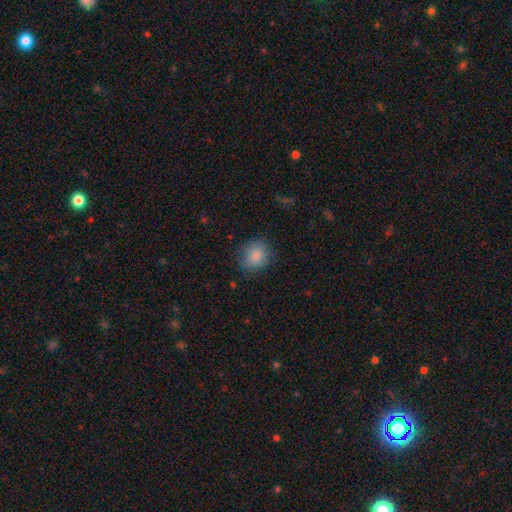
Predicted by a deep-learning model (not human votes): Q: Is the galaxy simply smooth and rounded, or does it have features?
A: smooth — 86%.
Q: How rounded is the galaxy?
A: round — 78%.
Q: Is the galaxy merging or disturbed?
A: none — 81%.